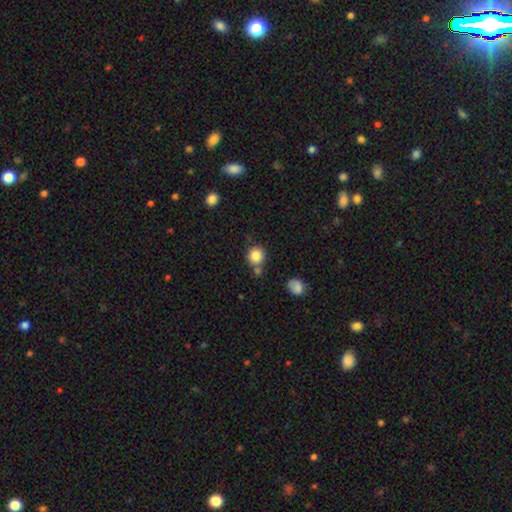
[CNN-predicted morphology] A smooth galaxy with no disk features (84%) that is round (90%).

Vote fractions:
- Smooth or featured? smooth: 84% / star or artifact: 10% / featured or disk: 6%
- How rounded? round: 90% / in between: 10% / cigar-shaped: 1%
- Merging? none: 69% / merger: 17% / minor disturbance: 11% / major disturbance: 3%